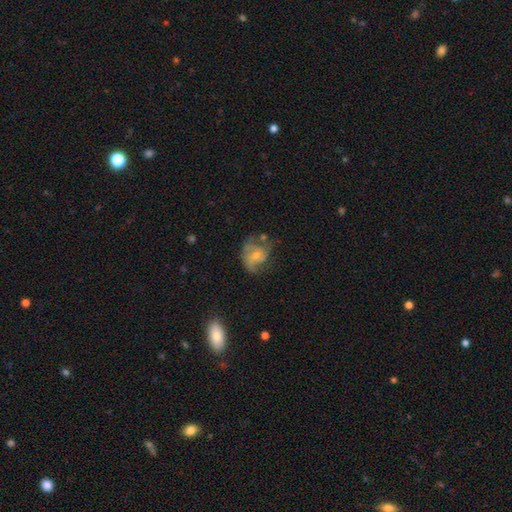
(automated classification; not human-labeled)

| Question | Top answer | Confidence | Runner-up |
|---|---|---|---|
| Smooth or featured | featured or disk | 56% | smooth (35%) |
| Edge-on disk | no | 98% | yes (2%) |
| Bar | no | 68% | weak (27%) |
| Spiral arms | yes | 73% | no (27%) |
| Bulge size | small | 50% | moderate (41%) |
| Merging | none | 42% | minor disturbance (28%) |